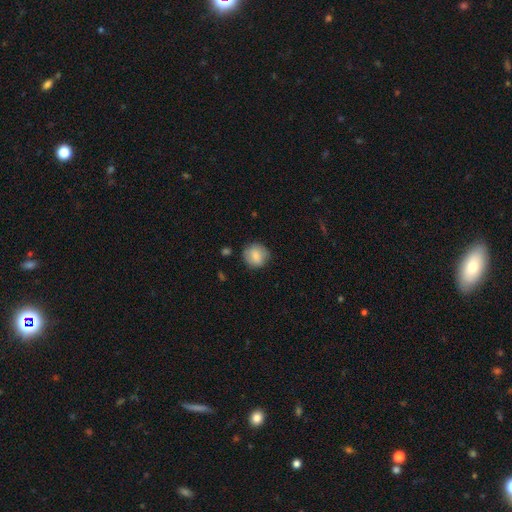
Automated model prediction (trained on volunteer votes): A smooth galaxy with no disk features (82%) that is round (90%). Merging: none (83%).